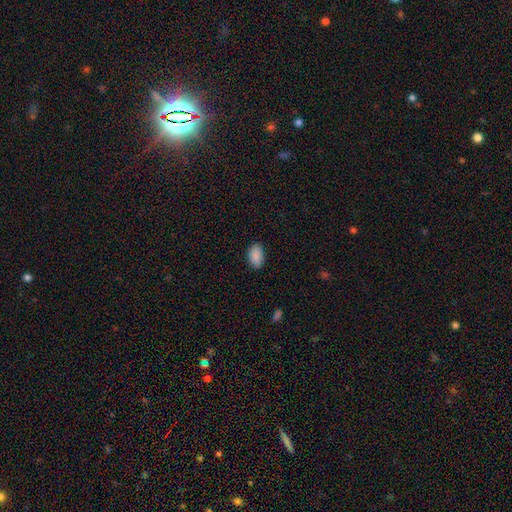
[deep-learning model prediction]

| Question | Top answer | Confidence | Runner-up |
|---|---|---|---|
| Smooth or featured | smooth | 89% | star or artifact (7%) |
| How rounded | in between | 92% | round (6%) |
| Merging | none | 84% | minor disturbance (12%) |